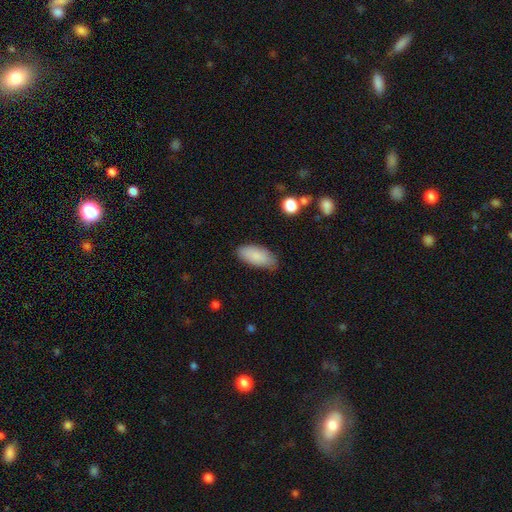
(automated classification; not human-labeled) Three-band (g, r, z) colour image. It shows a smooth galaxy with no disk features (86%) that is in between round and cigar-shaped (87%). Merging: none (80%).